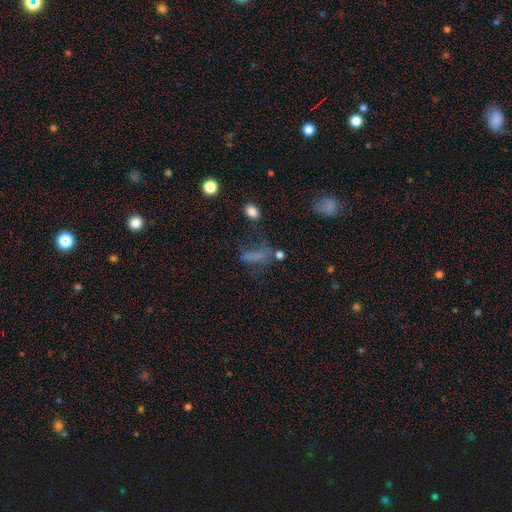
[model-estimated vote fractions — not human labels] This appears to be a smooth galaxy with no disk features (55%) that is in between round and cigar-shaped (60%). Merging: none (39%).